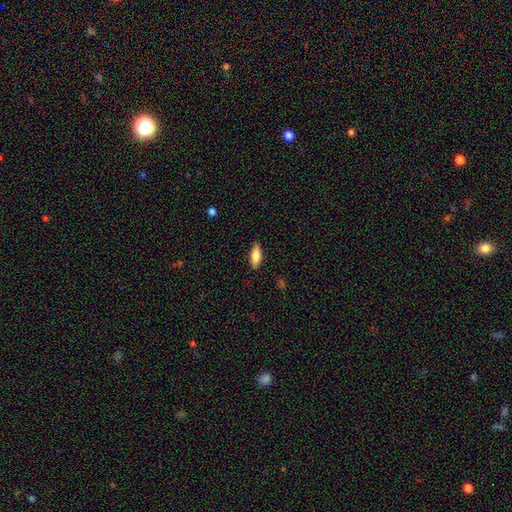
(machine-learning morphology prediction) Q: Smooth or featured?
A: smooth (74%); runner-up: featured or disk (19%)
Q: How rounded?
A: in between (67%); runner-up: cigar-shaped (30%)
Q: Merging?
A: none (87%); runner-up: minor disturbance (10%)